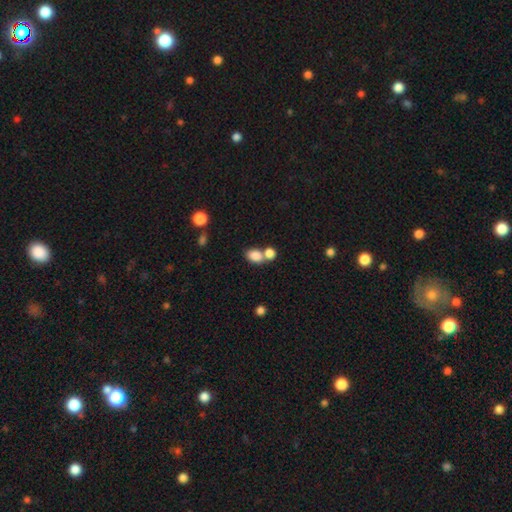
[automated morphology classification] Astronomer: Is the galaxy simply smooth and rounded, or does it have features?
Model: smooth — 83%.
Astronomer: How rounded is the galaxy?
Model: in between — 72%.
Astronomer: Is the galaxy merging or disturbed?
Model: merger — 45% (runner-up: none, 42%).